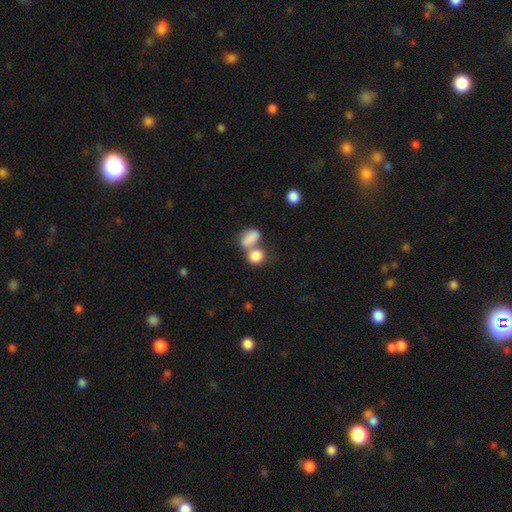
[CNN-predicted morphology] This appears to be a smooth galaxy with no disk features (83%) that is in between round and cigar-shaped (59%). Merging: merger (56%).